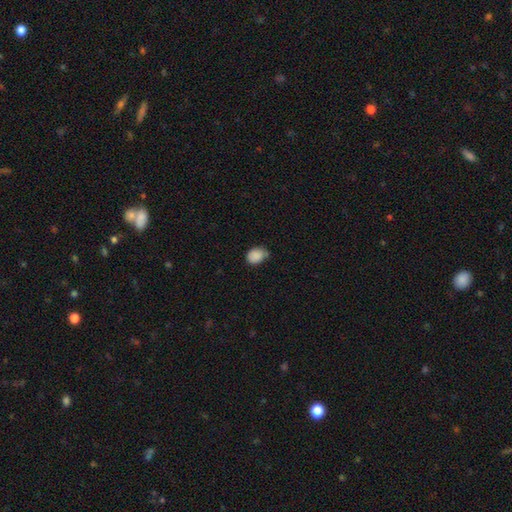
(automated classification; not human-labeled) Smooth or featured?
  - smooth: 86% *
  - star or artifact: 8%
  - featured or disk: 5%
How rounded?
  - in between: 58% *
  - round: 41%
  - cigar-shaped: 1%
Merging?
  - none: 53% *
  - minor disturbance: 36%
  - major disturbance: 7%
  - merger: 3%